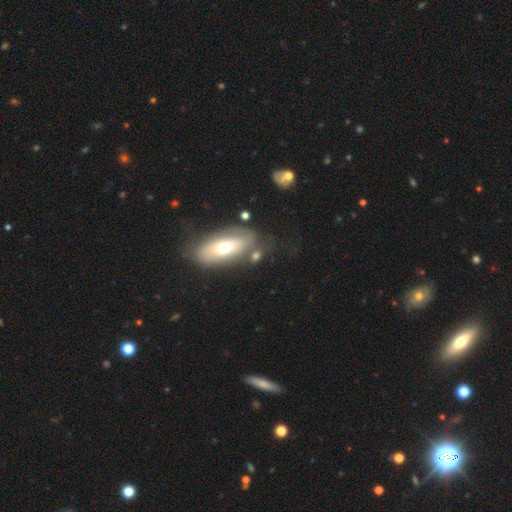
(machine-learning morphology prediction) Smooth or featured? smooth (60%)
How rounded? in between (66%)
Merging? none (55%)